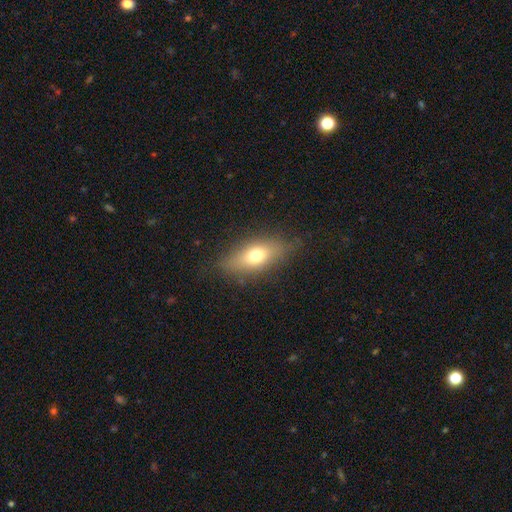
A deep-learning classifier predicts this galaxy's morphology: The model was most divided on "smooth or featured": smooth: 67%, featured or disk: 23%, star or artifact: 10%. More confident: merging — none (79%); how rounded — in between (75%).